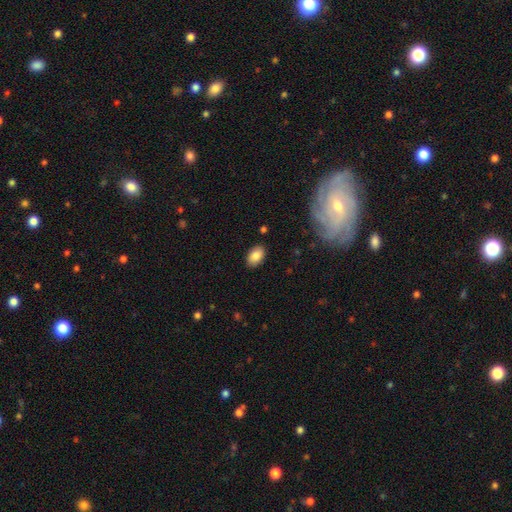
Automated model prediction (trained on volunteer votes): Smooth or featured?
  - smooth: 85% *
  - featured or disk: 8%
  - star or artifact: 7%
How rounded?
  - in between: 90% *
  - round: 9%
  - cigar-shaped: 1%
Merging?
  - none: 87% *
  - minor disturbance: 9%
  - major disturbance: 2%
  - merger: 1%